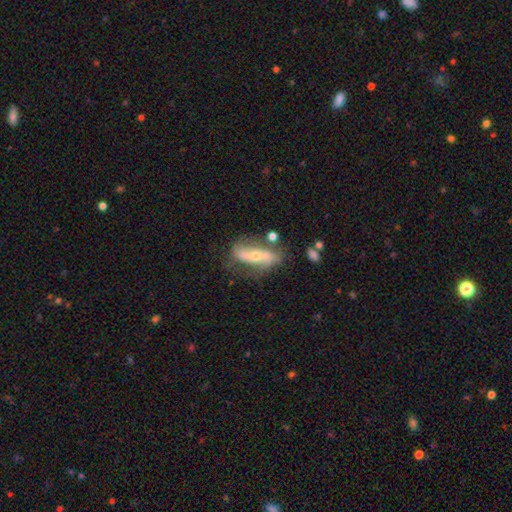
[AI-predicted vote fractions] Smooth or featured? Predicted: featured or disk (p=0.64). Edge-on disk? Predicted: no (p=0.72). Merging? Predicted: none (p=0.59).